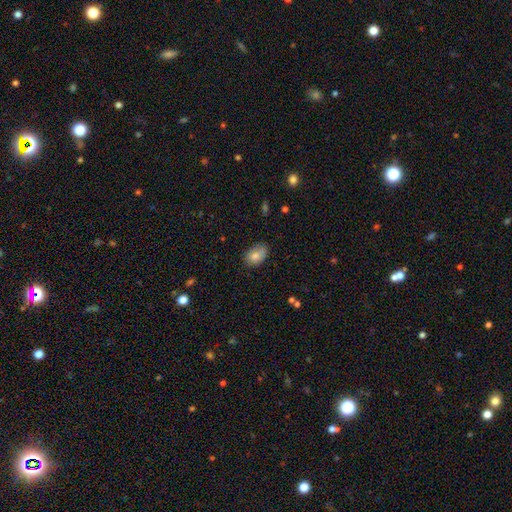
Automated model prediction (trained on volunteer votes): Smooth or featured? Predicted: smooth (p=0.81). How rounded? Predicted: in between (p=0.85). Merging? Predicted: none (p=0.71).